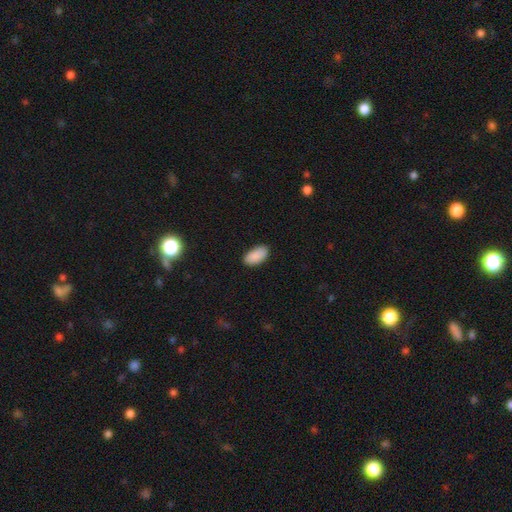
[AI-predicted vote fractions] A smooth galaxy with no disk features (90%) that is in between round and cigar-shaped (94%). Merging: none (86%).